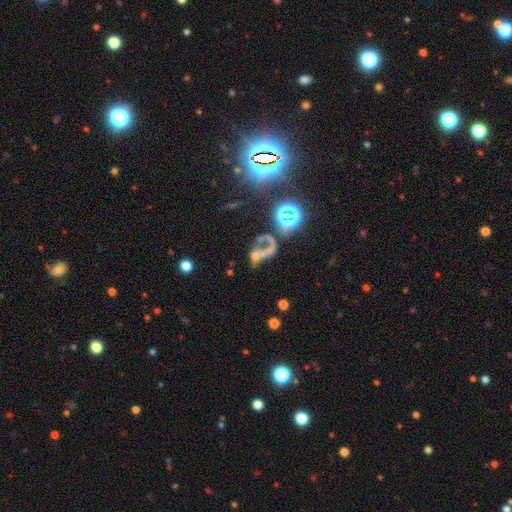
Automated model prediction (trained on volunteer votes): Q: Smooth or featured?
A: featured or disk (45%); runner-up: smooth (29%)
Q: Merging?
A: merger (36%); runner-up: major disturbance (33%)